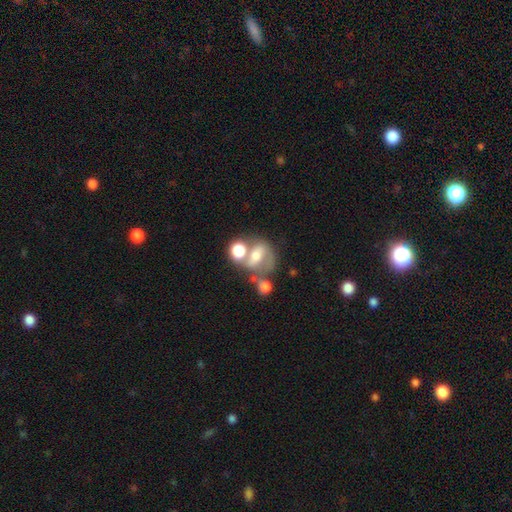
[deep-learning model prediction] Morphology: type=featured or disk (45%); merging=merger (43%).